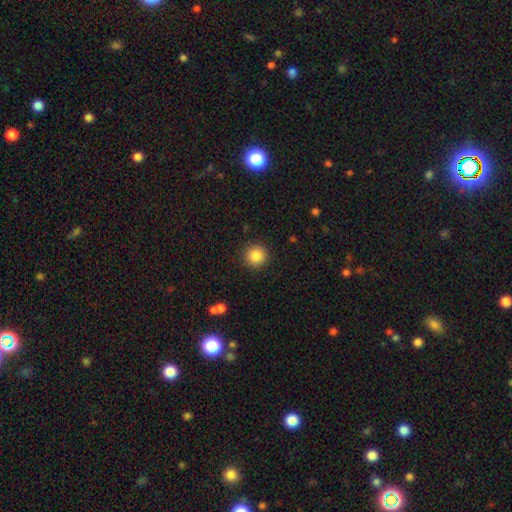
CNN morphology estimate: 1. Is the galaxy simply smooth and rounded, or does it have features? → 87% smooth, 9% star or artifact, 4% featured or disk.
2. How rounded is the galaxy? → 94% round, 6% in between, 1% cigar-shaped.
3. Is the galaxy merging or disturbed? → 91% none, 6% minor disturbance, 2% major disturbance, 1% merger.